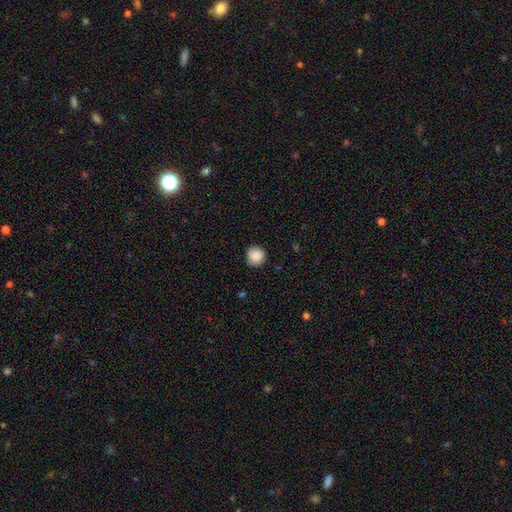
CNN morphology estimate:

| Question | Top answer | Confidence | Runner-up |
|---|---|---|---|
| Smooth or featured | smooth | 88% | star or artifact (8%) |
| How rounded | round | 94% | in between (5%) |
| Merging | none | 87% | minor disturbance (10%) |